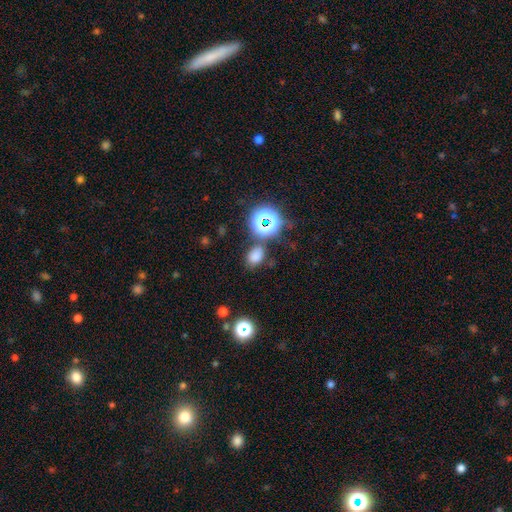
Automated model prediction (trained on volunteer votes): The model was most divided on "how rounded": in between: 67%, round: 32%, cigar-shaped: 1%. More confident: merging — none (71%); smooth or featured — smooth (70%).